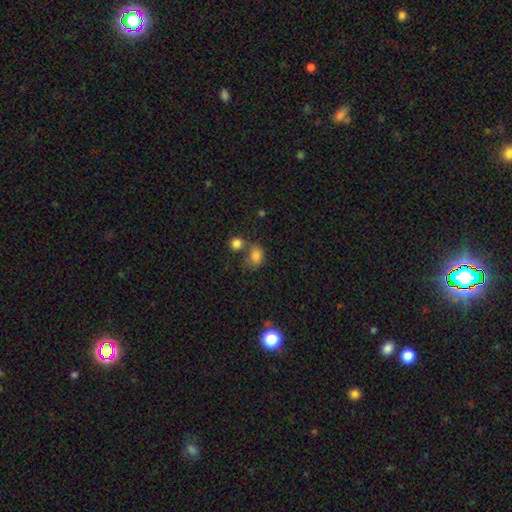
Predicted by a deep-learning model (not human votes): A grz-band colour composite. It shows a smooth galaxy with no disk features (79%) that is in between round and cigar-shaped (57%). Merging: none (38%).